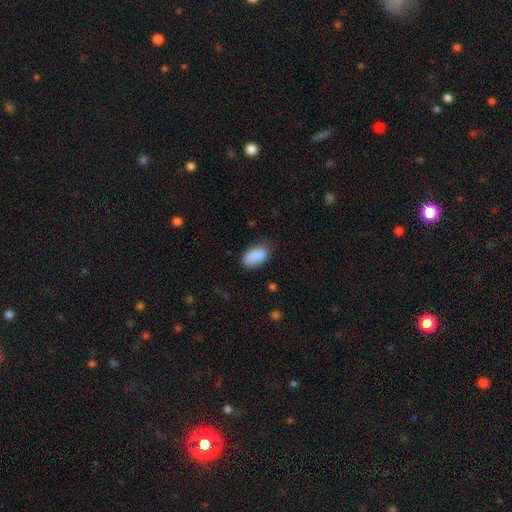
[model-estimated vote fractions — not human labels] smooth_or_featured: smooth (p=0.86) [alt: star or artifact p=0.07]
how_rounded: in between (p=0.93) [alt: round p=0.05]
merging: none (p=0.64) [alt: minor disturbance p=0.26]